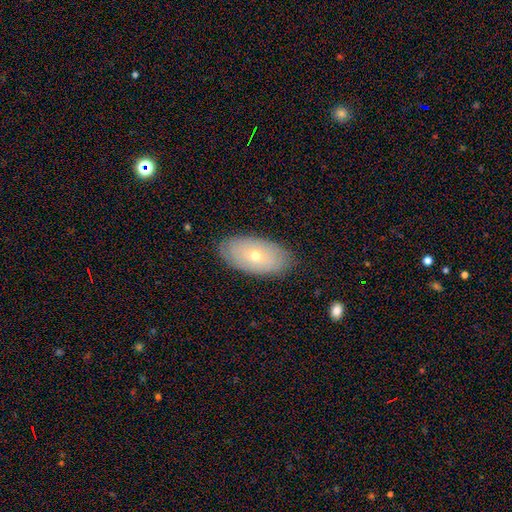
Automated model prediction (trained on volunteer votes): Morphology: type=smooth (52%); roundness=in between (92%); merging=none (84%).